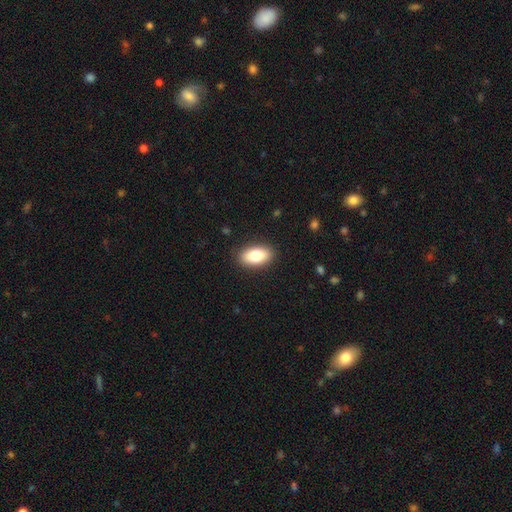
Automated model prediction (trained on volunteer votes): Smooth or featured?
  - smooth: 81% *
  - featured or disk: 12%
  - star or artifact: 7%
How rounded?
  - in between: 92% *
  - round: 5%
  - cigar-shaped: 4%
Merging?
  - none: 88% *
  - minor disturbance: 9%
  - major disturbance: 2%
  - merger: 1%